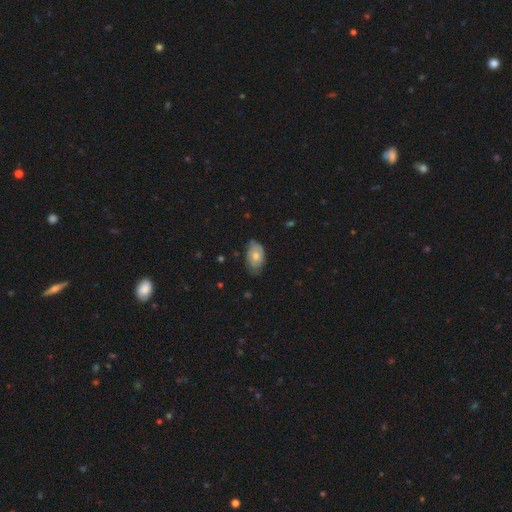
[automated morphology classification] Smooth or featured: smooth — 57% (featured or disk — 36%)
How rounded: in between — 91% (round — 7%)
Merging: none — 66% (minor disturbance — 28%)